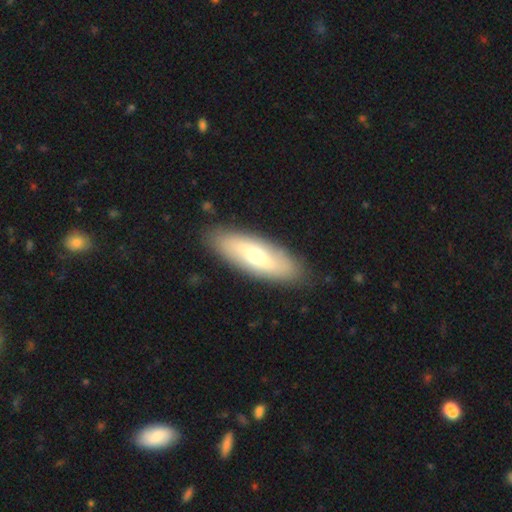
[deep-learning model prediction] smooth 50%, featured or disk 44%, star or artifact 5%. Down the decision tree: how rounded — in between (64%); merging — none (88%).